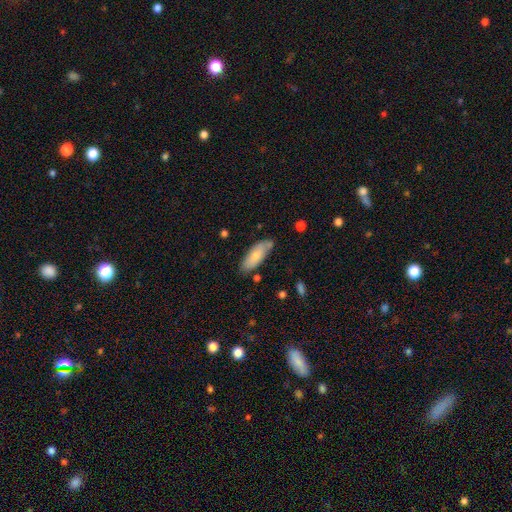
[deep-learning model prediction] Smooth or featured: smooth — 74% (featured or disk — 20%)
How rounded: in between — 73% (cigar-shaped — 25%)
Merging: none — 73% (minor disturbance — 20%)